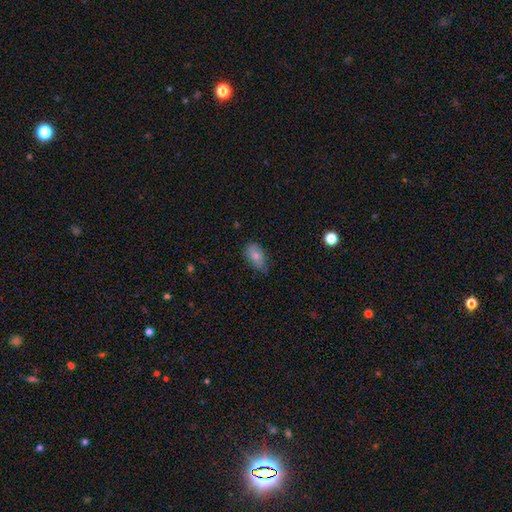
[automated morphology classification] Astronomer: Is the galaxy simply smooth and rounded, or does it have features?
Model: smooth — 78%.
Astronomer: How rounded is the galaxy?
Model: in between — 91%.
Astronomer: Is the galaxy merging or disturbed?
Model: none — 56% (runner-up: minor disturbance, 35%).